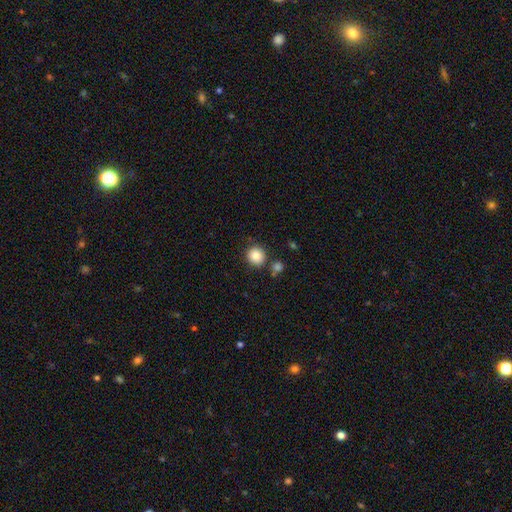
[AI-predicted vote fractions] Smooth or featured? Predicted: smooth (p=0.85). How rounded? Predicted: round (p=0.91). Merging? Predicted: none (p=0.84).